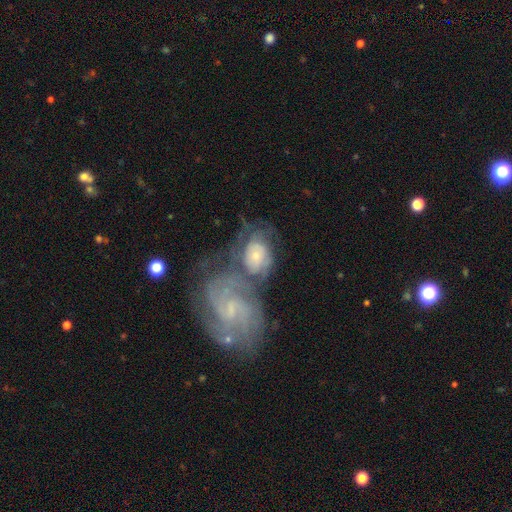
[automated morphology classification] type=featured or disk (71%); edge-on=no (96%); bar=no (64%); spiral arms=yes (88%); winding=tight (61%); arm count=can't tell (44%); bulge=small (68%); merging=merger (54%).